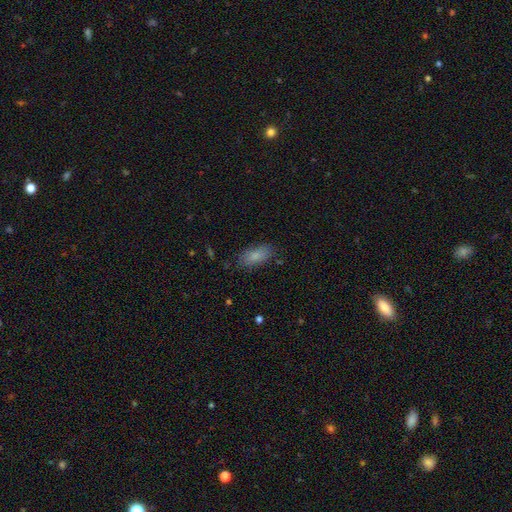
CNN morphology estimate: smooth 84%, featured or disk 9%, star or artifact 7%. Down the decision tree: how rounded — in between (86%); merging — none (80%).